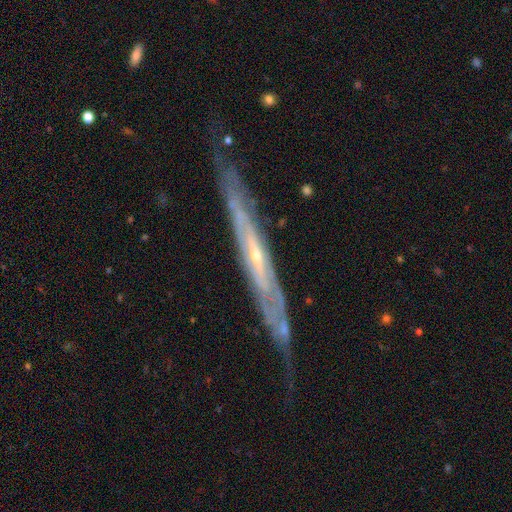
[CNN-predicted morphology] A featured or disk galaxy (82%) viewed edge-on (73%) with no central bulge (52%).

Vote fractions:
- Smooth or featured? featured or disk: 82% / smooth: 11% / star or artifact: 7%
- Edge-on disk? yes: 73% / no: 27%
- Edge-on bulge? none: 52% / rounded: 45% / boxy: 3%
- Merging? none: 72% / minor disturbance: 21% / major disturbance: 5% / merger: 2%